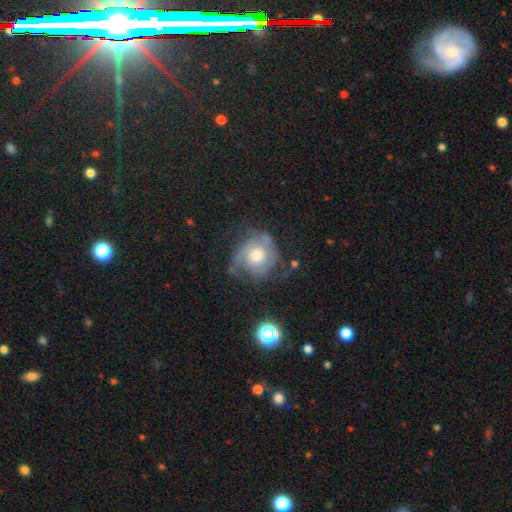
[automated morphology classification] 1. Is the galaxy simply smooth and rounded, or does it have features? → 73% featured or disk, 19% smooth, 8% star or artifact.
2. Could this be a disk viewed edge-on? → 97% no, 3% yes.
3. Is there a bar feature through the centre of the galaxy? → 79% no, 18% weak, 3% strong.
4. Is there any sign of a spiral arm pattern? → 89% yes, 11% no.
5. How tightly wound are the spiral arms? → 54% tight, 34% medium, 12% loose.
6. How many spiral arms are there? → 38% 2, 29% can't tell, 16% 3, 8% 1, 4% 4, 4% more than 4.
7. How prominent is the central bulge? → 56% moderate, 28% large, 12% small, 2% none, 2% dominant.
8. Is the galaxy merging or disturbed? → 58% none, 24% minor disturbance, 16% major disturbance, 3% merger.